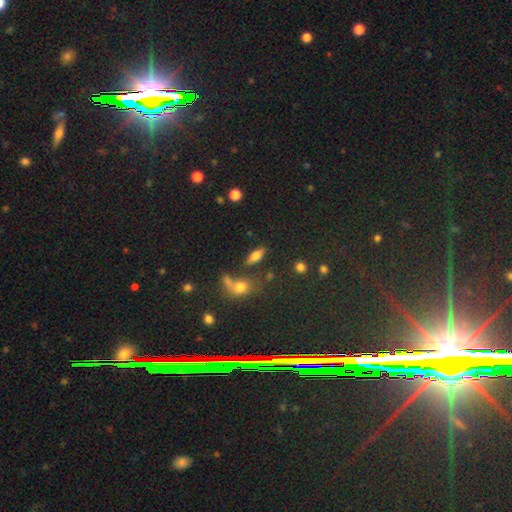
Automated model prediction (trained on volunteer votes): smooth_or_featured: smooth (p=0.64) [alt: featured or disk p=0.25]
how_rounded: in between (p=0.70) [alt: cigar-shaped p=0.24]
merging: none (p=0.73) [alt: minor disturbance p=0.12]